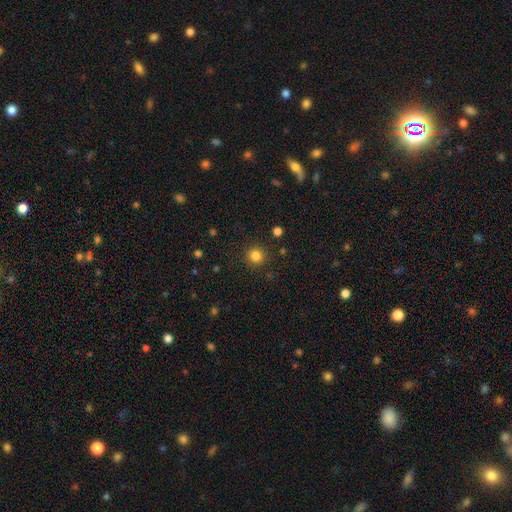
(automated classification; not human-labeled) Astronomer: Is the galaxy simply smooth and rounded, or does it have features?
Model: smooth — 83%.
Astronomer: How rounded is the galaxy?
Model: round — 93%.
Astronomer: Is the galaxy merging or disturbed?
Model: none — 90%.